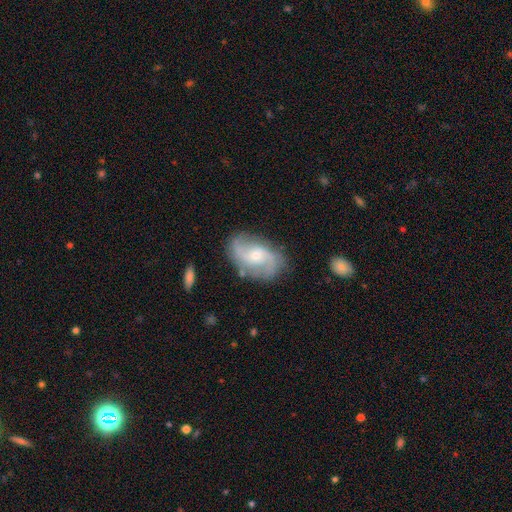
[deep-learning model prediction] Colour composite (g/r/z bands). It shows a featured or disk galaxy (83%) with no bar (59%), 2 (85%) medium (47%) spiral arms (95%) and a small central bulge (60%). Merging: none (76%).